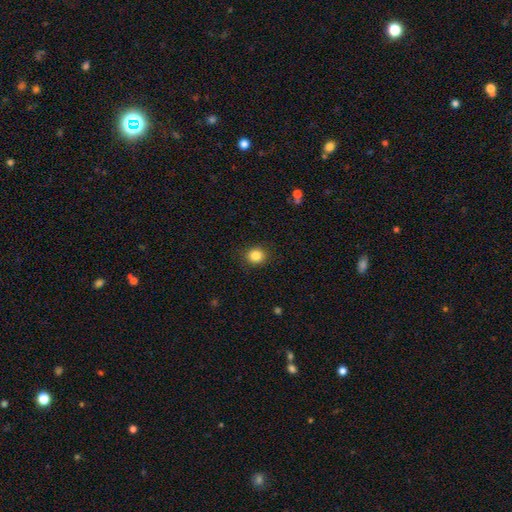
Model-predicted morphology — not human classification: Smooth or featured? Predicted: smooth (p=0.85). How rounded? Predicted: round (p=0.80). Merging? Predicted: none (p=0.89).